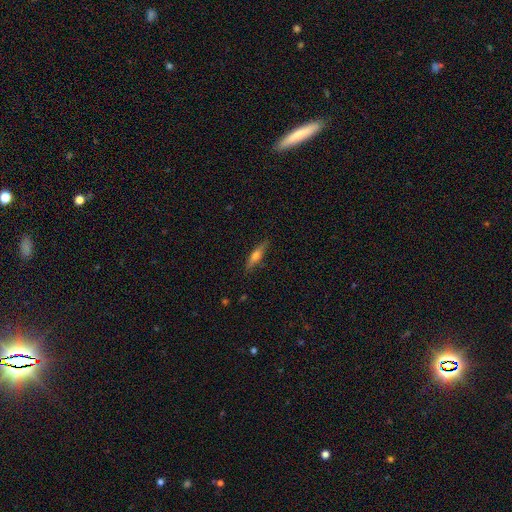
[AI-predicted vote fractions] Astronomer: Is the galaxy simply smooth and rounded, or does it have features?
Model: smooth — 50% (runner-up: featured or disk, 43%).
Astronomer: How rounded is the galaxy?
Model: cigar-shaped — 77%.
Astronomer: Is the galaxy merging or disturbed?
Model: none — 85%.